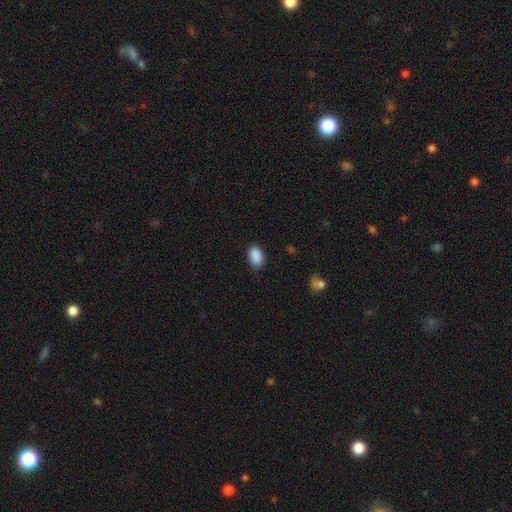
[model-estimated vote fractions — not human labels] A smooth galaxy with no disk features (90%) that is in between round and cigar-shaped (89%).

Vote fractions:
- Smooth or featured? smooth: 90% / star or artifact: 8% / featured or disk: 3%
- How rounded? in between: 89% / round: 10% / cigar-shaped: 1%
- Merging? none: 83% / minor disturbance: 13% / major disturbance: 3% / merger: 1%